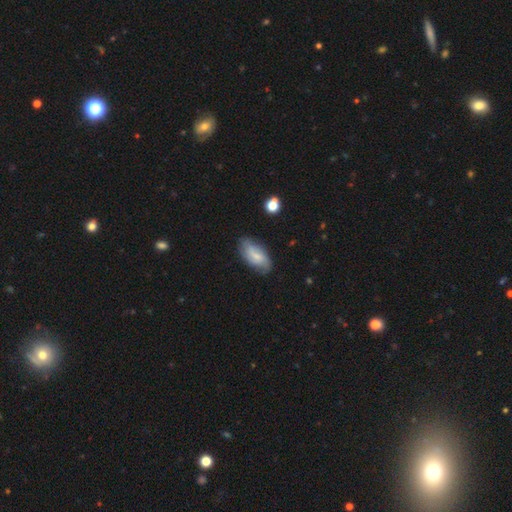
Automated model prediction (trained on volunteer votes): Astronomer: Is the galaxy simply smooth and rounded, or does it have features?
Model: smooth — 56% (runner-up: featured or disk, 38%).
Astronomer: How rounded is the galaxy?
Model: in between — 91%.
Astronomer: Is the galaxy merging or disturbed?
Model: none — 70%.